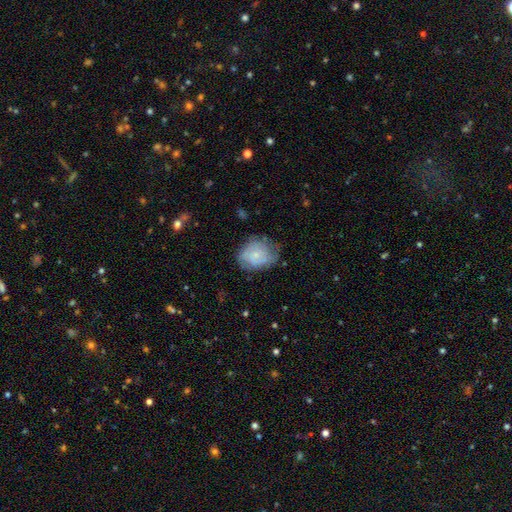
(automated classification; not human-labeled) Q: Smooth or featured?
A: smooth (54%); runner-up: featured or disk (39%)
Q: How rounded?
A: round (50%); runner-up: in between (49%)
Q: Merging?
A: none (55%); runner-up: minor disturbance (31%)